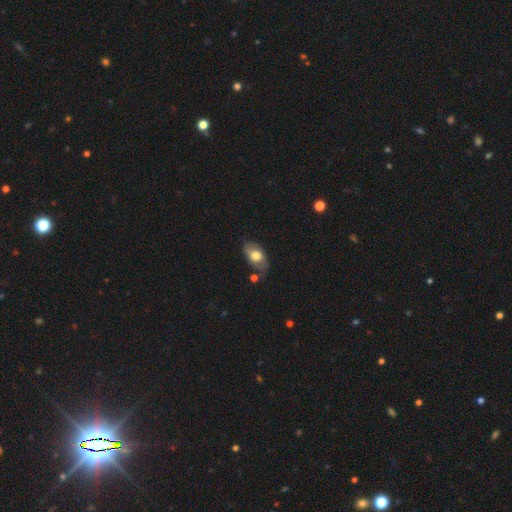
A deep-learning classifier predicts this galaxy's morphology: Smooth or featured: smooth — 67% (featured or disk — 26%)
How rounded: in between — 89% (round — 9%)
Merging: none — 62% (minor disturbance — 24%)